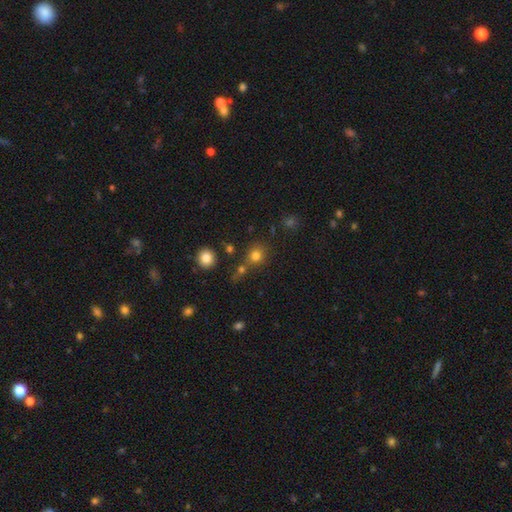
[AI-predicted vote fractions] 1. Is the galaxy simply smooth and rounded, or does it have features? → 77% smooth, 15% star or artifact, 7% featured or disk.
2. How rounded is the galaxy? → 84% round, 15% in between, 1% cigar-shaped.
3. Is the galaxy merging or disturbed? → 65% none, 20% merger, 10% minor disturbance, 5% major disturbance.